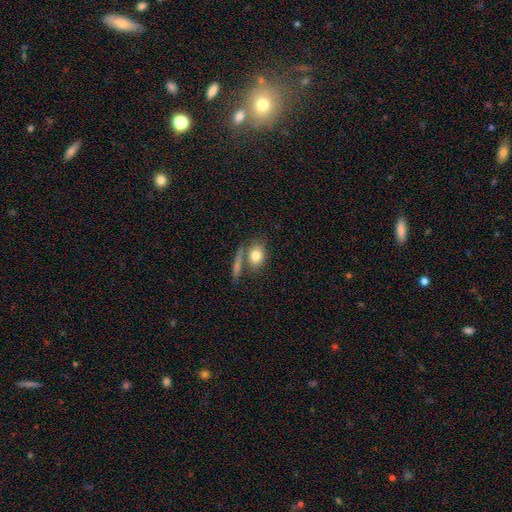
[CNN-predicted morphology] Overall: smooth (79%). How rounded: in between (59%; round 36%). Merging: none (55%; merger 25%).